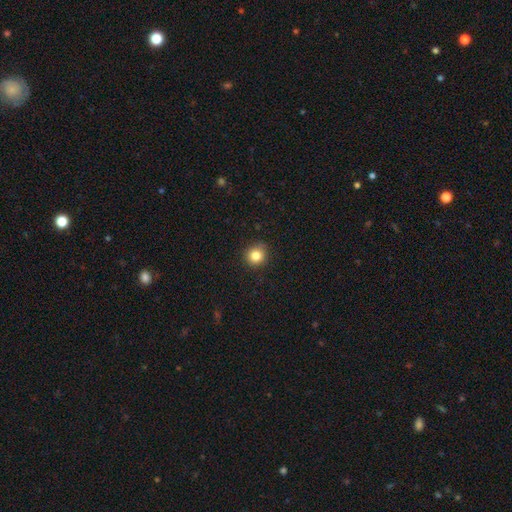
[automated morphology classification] This is clearly a smooth galaxy (83%). How rounded: clearly round (91%). Merging: clearly none (89%).